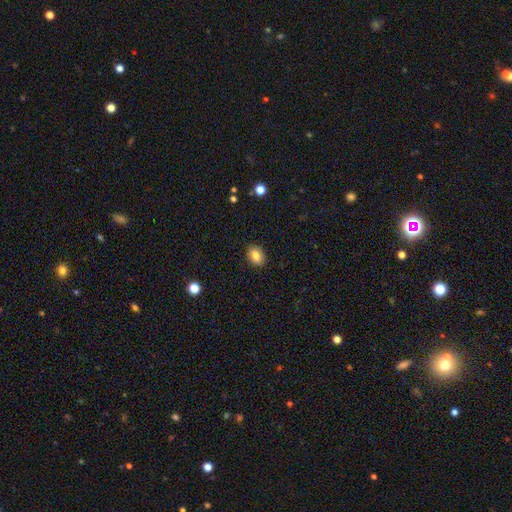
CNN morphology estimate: The model was most divided on "how rounded": in between: 73%, round: 25%, cigar-shaped: 1%. More confident: merging — none (89%); smooth or featured — smooth (83%).